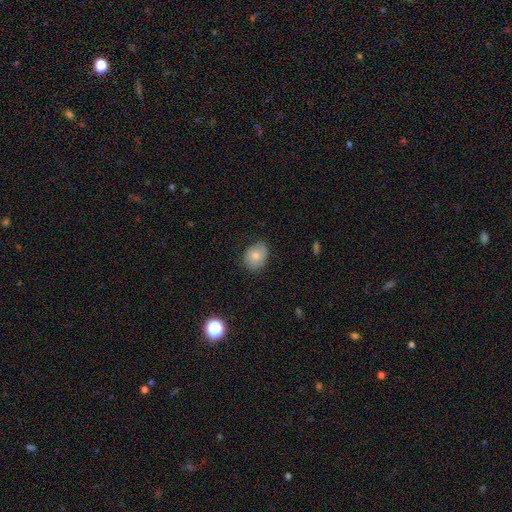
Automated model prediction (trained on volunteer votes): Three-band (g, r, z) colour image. It shows a smooth galaxy with no disk features (75%) that is in between round and cigar-shaped (59%). Merging: none (75%).